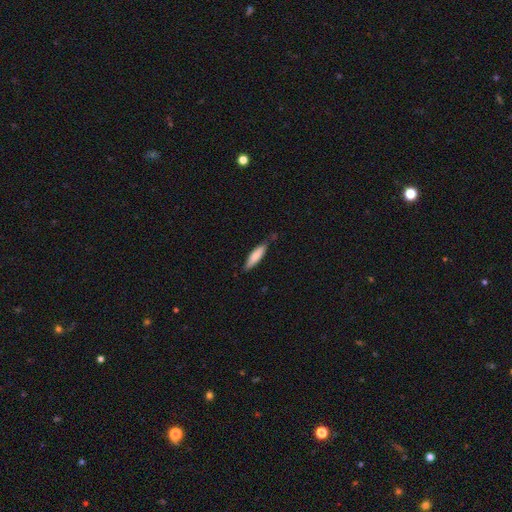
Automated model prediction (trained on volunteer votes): Smooth or featured: smooth — 80% (featured or disk — 14%)
How rounded: cigar-shaped — 71% (in between — 28%)
Merging: none — 75% (minor disturbance — 20%)